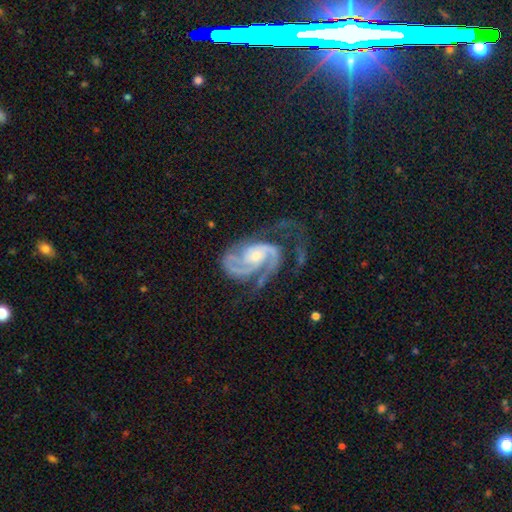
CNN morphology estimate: Smooth or featured? Predicted: featured or disk (p=0.92). Edge-on disk? Predicted: no (p=0.98). Bar? Predicted: no (p=0.60). Spiral arms? Predicted: yes (p=0.98). Spiral winding? Predicted: tight (p=0.45). Spiral arm count? Predicted: 2 (p=0.60). Bulge size? Predicted: small (p=0.58). Merging? Predicted: none (p=0.47).